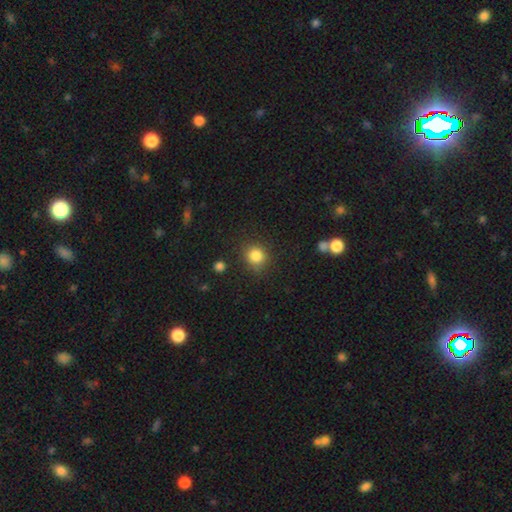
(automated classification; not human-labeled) Morphology: type=smooth (84%); roundness=round (87%); merging=none (83%).